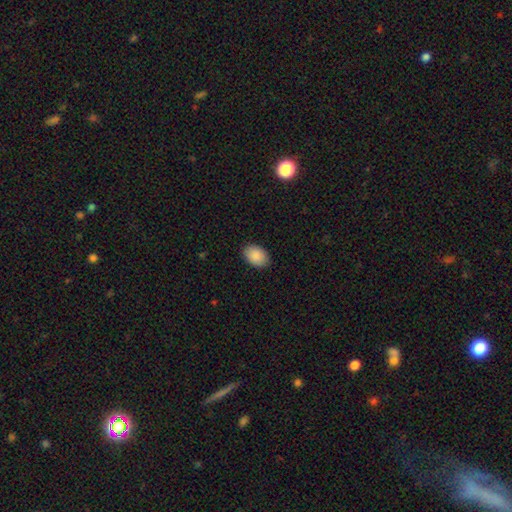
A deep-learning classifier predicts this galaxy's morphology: Smooth or featured?
  - smooth: 90% *
  - star or artifact: 7%
  - featured or disk: 3%
How rounded?
  - in between: 84% *
  - round: 15%
  - cigar-shaped: 1%
Merging?
  - none: 88% *
  - minor disturbance: 9%
  - major disturbance: 2%
  - merger: 1%